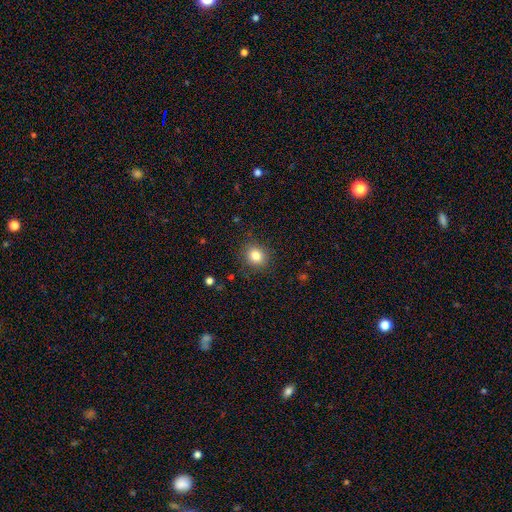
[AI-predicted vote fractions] The model was most divided on "how rounded": round: 77%, in between: 22%, cigar-shaped: 1%. More confident: merging — none (87%); smooth or featured — smooth (82%).